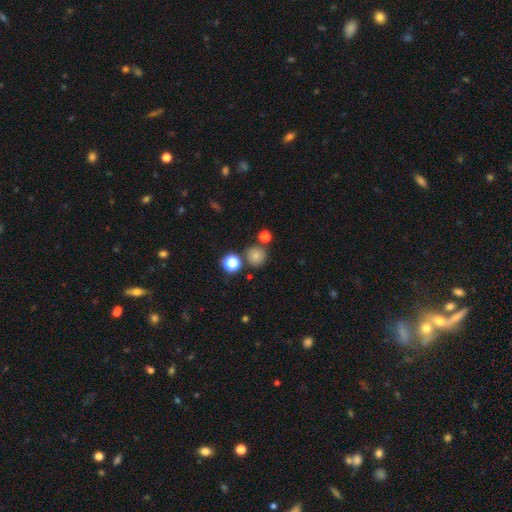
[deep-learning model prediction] This is likely a smooth galaxy (76%). How rounded: clearly round (92%). Merging: likely none (76%).